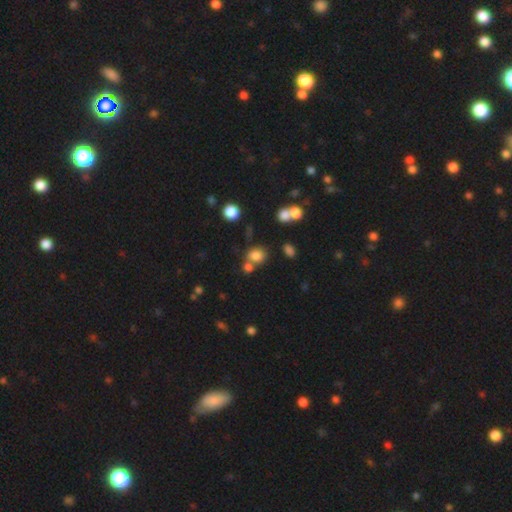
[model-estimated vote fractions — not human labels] Smooth or featured: smooth — 78% (star or artifact — 15%)
How rounded: round — 61% (in between — 37%)
Merging: none — 54% (merger — 30%)